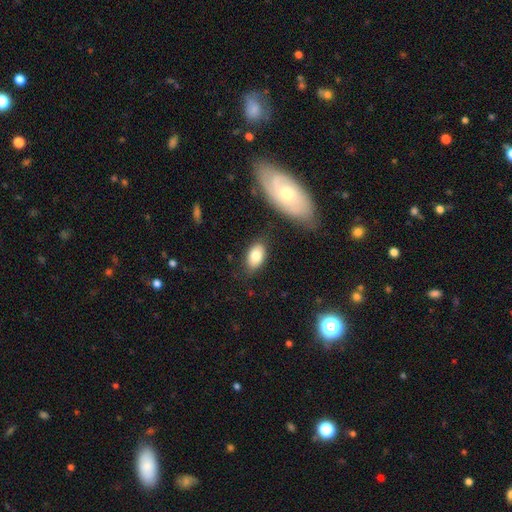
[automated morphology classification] smooth 80%, featured or disk 12%, star or artifact 7%. Down the decision tree: how rounded — in between (92%); merging — none (78%).